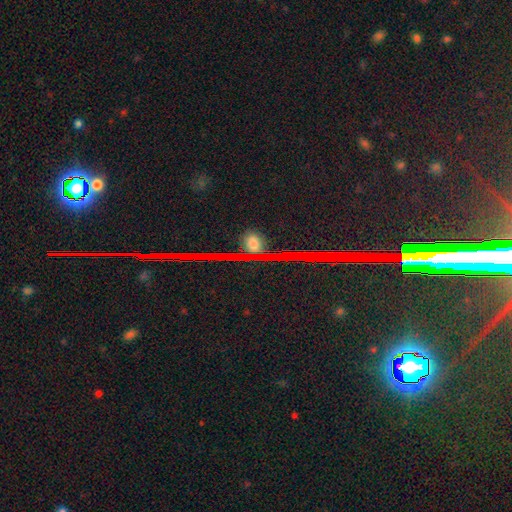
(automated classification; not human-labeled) Smooth or featured?
  - star or artifact: 84% *
  - featured or disk: 9%
  - smooth: 7%